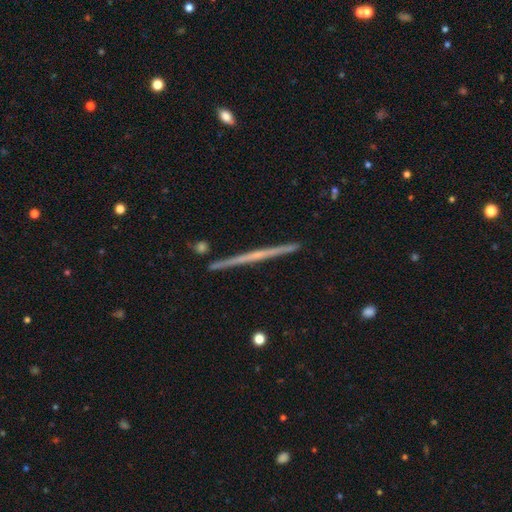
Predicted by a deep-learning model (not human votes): smooth-or-featured: featured or disk: 73% | smooth: 21% | star or artifact: 6%
  disk-edge-on: yes: 98% | no: 2%
    edge-on-bulge: none: 67% | rounded: 27% | boxy: 6%
  merging: none: 91% | minor disturbance: 6% | merger: 2% | major disturbance: 1%